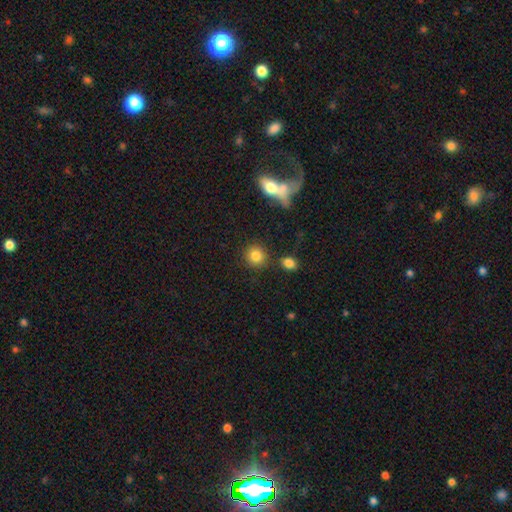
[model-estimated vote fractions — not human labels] Smooth or featured?
  - smooth: 83% *
  - star or artifact: 10%
  - featured or disk: 7%
How rounded?
  - round: 89% *
  - in between: 10%
  - cigar-shaped: 1%
Merging?
  - none: 83% *
  - minor disturbance: 8%
  - merger: 6%
  - major disturbance: 3%